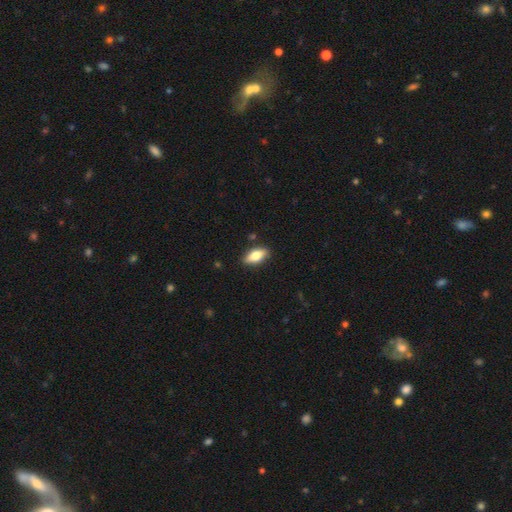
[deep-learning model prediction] smooth_or_featured: smooth (p=0.71) [alt: featured or disk p=0.22]
how_rounded: in between (p=0.82) [alt: cigar-shaped p=0.15]
merging: none (p=0.86) [alt: minor disturbance p=0.10]